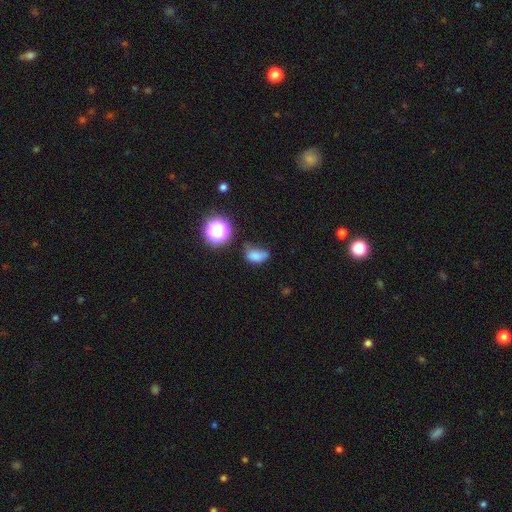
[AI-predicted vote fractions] This appears to be a smooth galaxy with no disk features (74%) that is in between round and cigar-shaped (78%). Merging: none (38%).